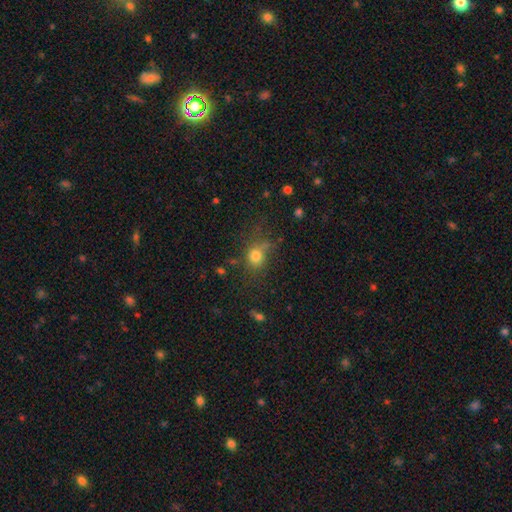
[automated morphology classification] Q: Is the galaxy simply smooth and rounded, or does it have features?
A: smooth — 75%.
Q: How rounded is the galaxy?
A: round — 64%.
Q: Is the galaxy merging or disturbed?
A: none — 60%.